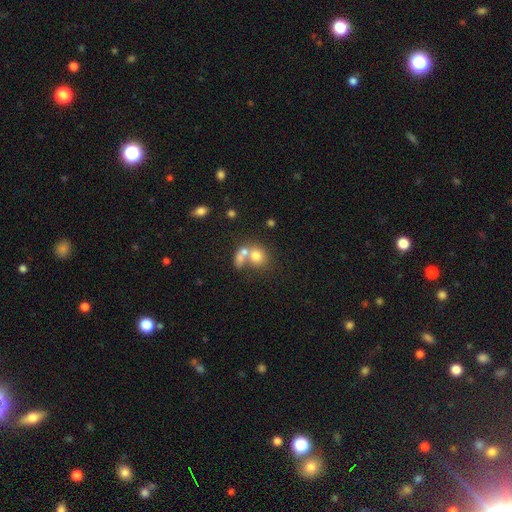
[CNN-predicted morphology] A smooth galaxy with no disk features (71%) that is round (65%).

Vote fractions:
- Smooth or featured? smooth: 71% / featured or disk: 18% / star or artifact: 11%
- How rounded? round: 65% / in between: 34% / cigar-shaped: 1%
- Merging? merger: 56% / none: 29% / minor disturbance: 8% / major disturbance: 7%